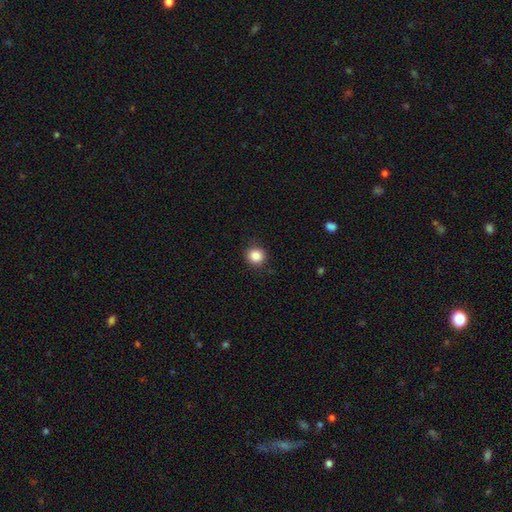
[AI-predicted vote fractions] smooth 87%, star or artifact 10%, featured or disk 4%. Down the decision tree: how rounded — round (87%); merging — none (88%).